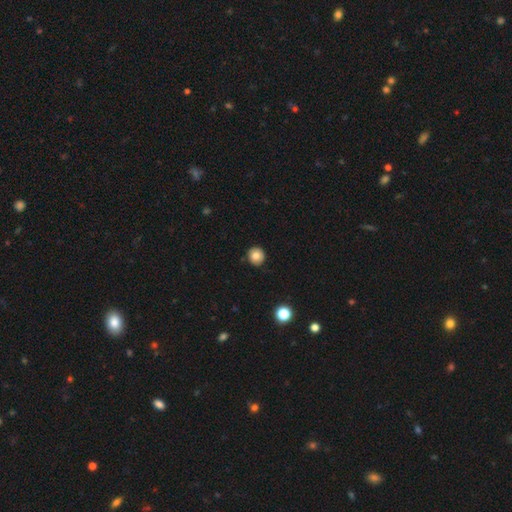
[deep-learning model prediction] Smooth or featured? smooth (79%)
How rounded? round (91%)
Merging? none (89%)